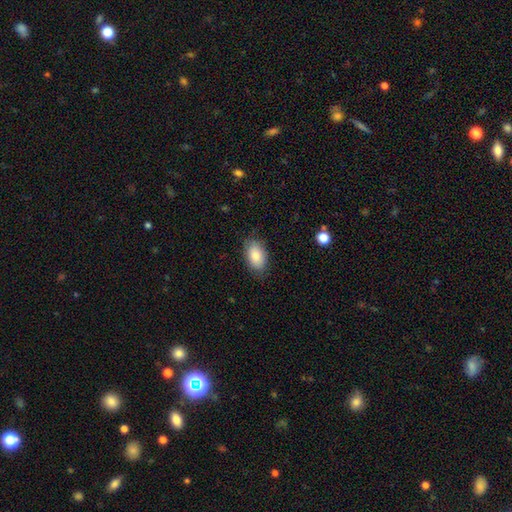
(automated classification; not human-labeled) The model was most divided on "merging": none: 81%, minor disturbance: 14%, major disturbance: 3%, merger: 1%. More confident: how rounded — in between (92%); smooth or featured — smooth (84%).